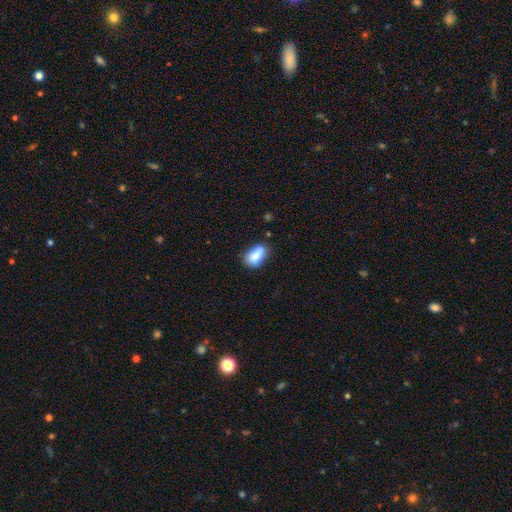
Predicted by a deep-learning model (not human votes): Smooth or featured? smooth (81%)
How rounded? in between (87%)
Merging? none (61%)